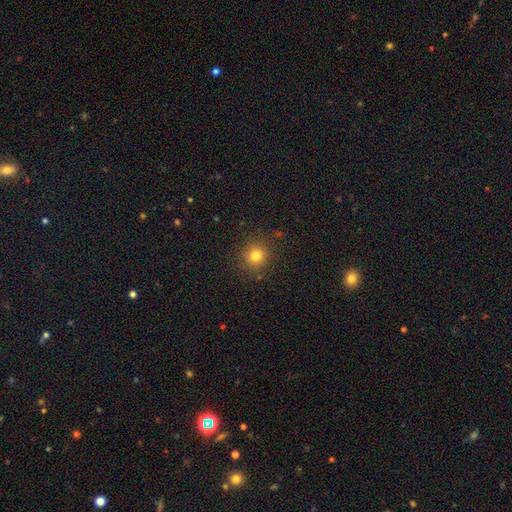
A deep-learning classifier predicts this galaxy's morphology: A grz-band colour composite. It shows a smooth galaxy with no disk features (80%) that is round (90%). Merging: none (88%).